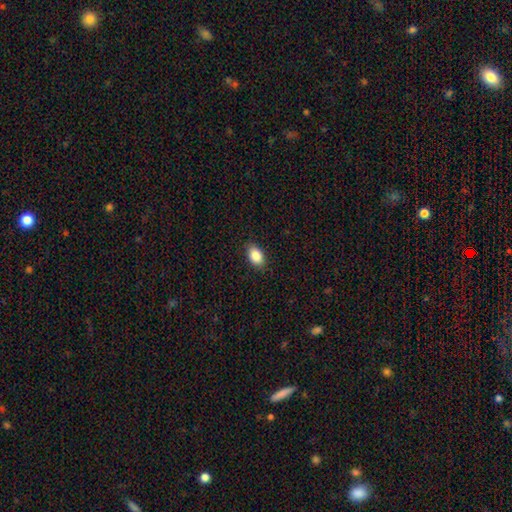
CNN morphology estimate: Q: Smooth or featured?
A: smooth (87%); runner-up: star or artifact (8%)
Q: How rounded?
A: in between (87%); runner-up: round (12%)
Q: Merging?
A: none (88%); runner-up: minor disturbance (9%)